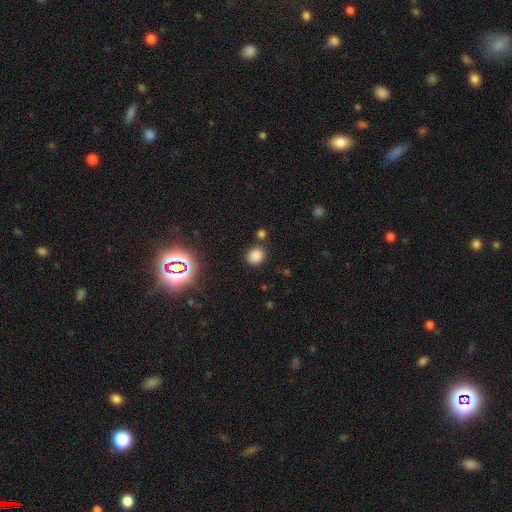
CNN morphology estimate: Q: Smooth or featured?
A: smooth (80%); runner-up: star or artifact (15%)
Q: How rounded?
A: round (76%); runner-up: in between (23%)
Q: Merging?
A: none (81%); runner-up: minor disturbance (9%)